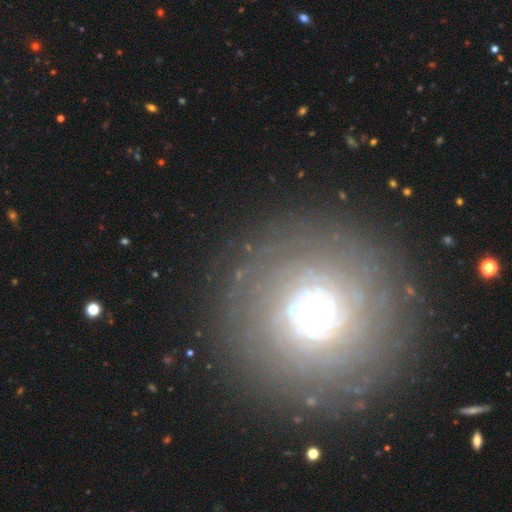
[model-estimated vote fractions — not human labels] Morphology: type=featured or disk (55%); edge-on=no (95%); bar=no (58%); spiral arms=yes (61%); bulge=moderate (43%); merging=none (85%).